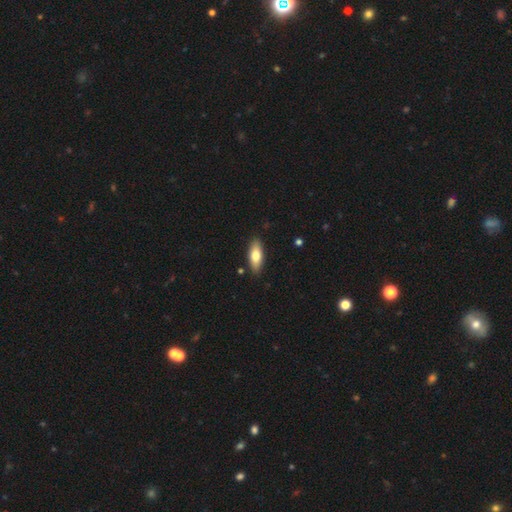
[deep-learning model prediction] Smooth or featured? Predicted: smooth (p=0.75). How rounded? Predicted: in between (p=0.73). Merging? Predicted: none (p=0.87).